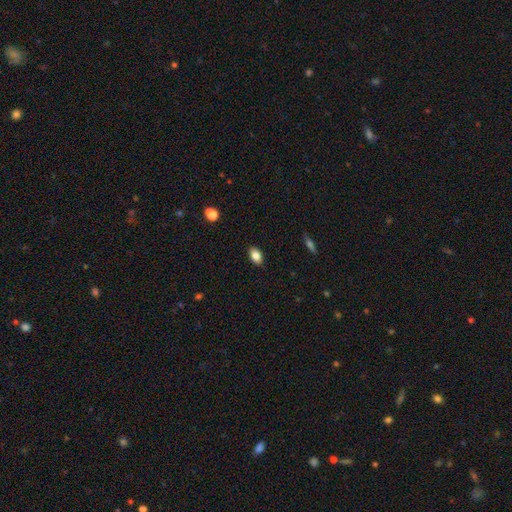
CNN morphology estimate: smooth_or_featured: smooth (p=0.84) [alt: star or artifact p=0.09]
how_rounded: in between (p=0.88) [alt: round p=0.11]
merging: none (p=0.89) [alt: minor disturbance p=0.08]